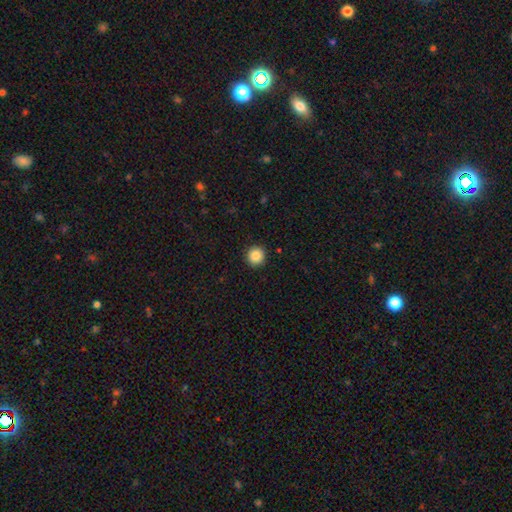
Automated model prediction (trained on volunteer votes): This appears to be a smooth galaxy with no disk features (87%) that is round (95%). Merging: none (93%).